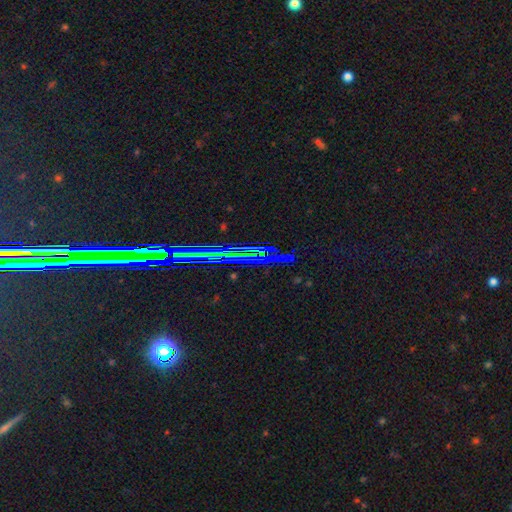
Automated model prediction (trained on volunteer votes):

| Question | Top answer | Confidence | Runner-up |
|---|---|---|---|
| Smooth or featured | star or artifact | 81% | featured or disk (10%) |